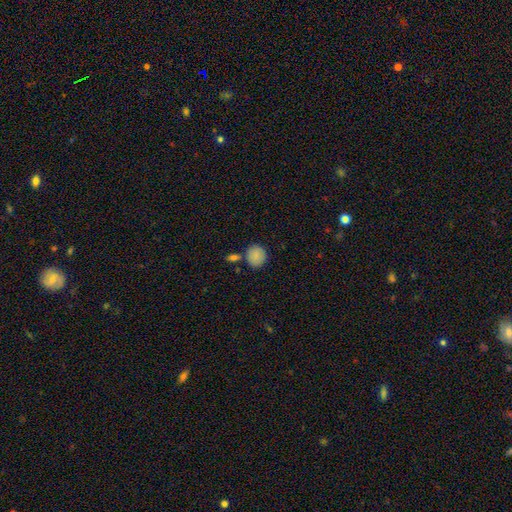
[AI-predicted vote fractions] Morphology: type=smooth (87%); roundness=round (76%); merging=none (67%).